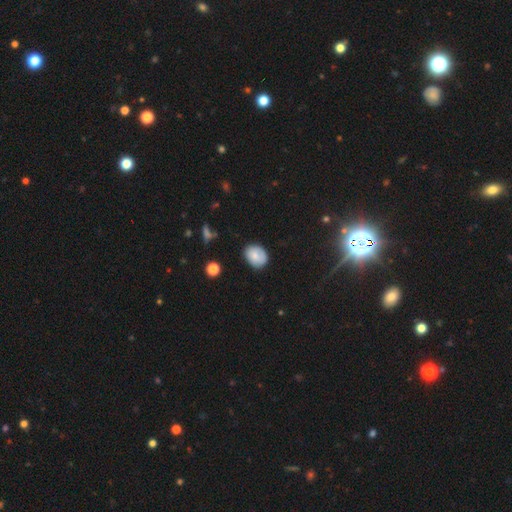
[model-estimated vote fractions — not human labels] A smooth galaxy with no disk features (77%) that is in between round and cigar-shaped (57%).

Vote fractions:
- Smooth or featured? smooth: 77% / featured or disk: 15% / star or artifact: 8%
- How rounded? in between: 57% / round: 42% / cigar-shaped: 1%
- Merging? none: 74% / minor disturbance: 20% / major disturbance: 4% / merger: 2%